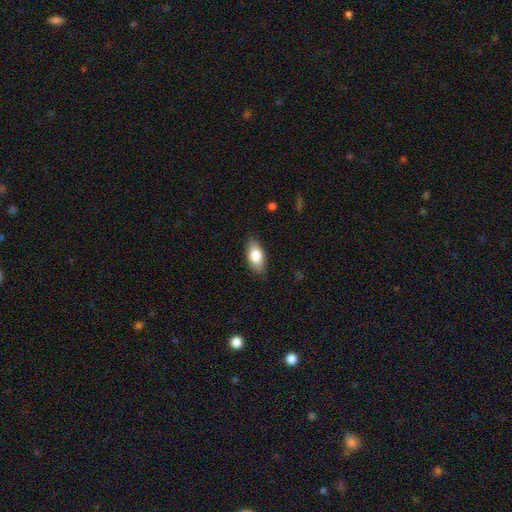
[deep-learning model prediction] A smooth galaxy with no disk features (79%) that is in between round and cigar-shaped (91%).

Vote fractions:
- Smooth or featured? smooth: 79% / featured or disk: 14% / star or artifact: 6%
- How rounded? in between: 91% / cigar-shaped: 6% / round: 4%
- Merging? none: 85% / minor disturbance: 11% / major disturbance: 2% / merger: 1%